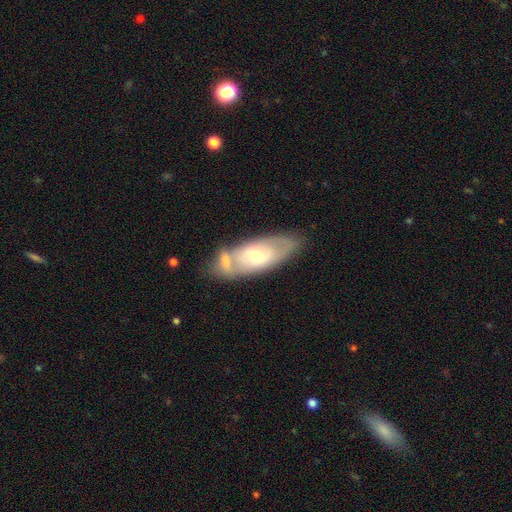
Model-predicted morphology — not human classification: A featured or disk galaxy (54%).

Vote fractions:
- Smooth or featured? featured or disk: 54% / smooth: 40% / star or artifact: 6%
- Edge-on disk? no: 84% / yes: 16%
- Merging? none: 48% / merger: 32% / minor disturbance: 15% / major disturbance: 5%